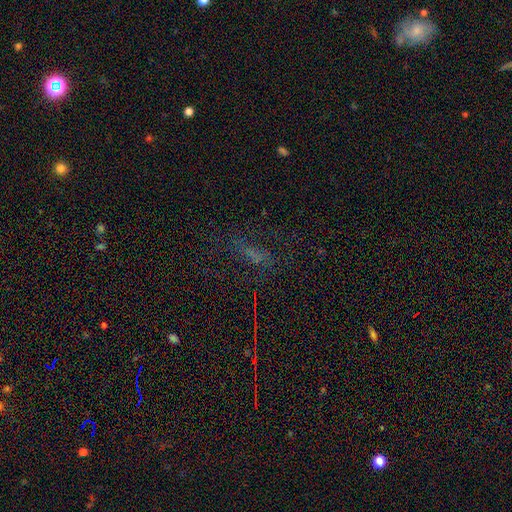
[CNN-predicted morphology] A star or artifact, not a galaxy (44%).

Vote fractions:
- Smooth or featured? star or artifact: 44% / smooth: 32% / featured or disk: 24%